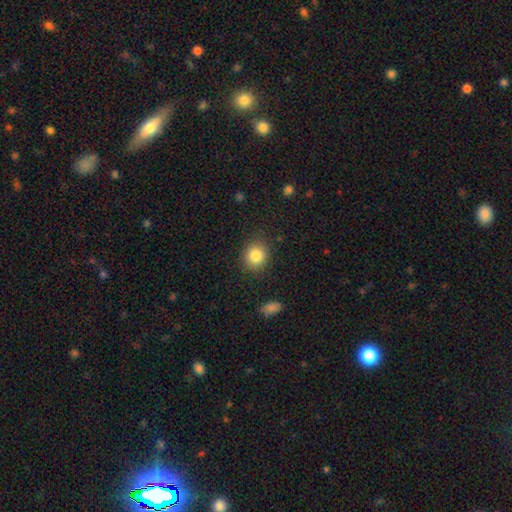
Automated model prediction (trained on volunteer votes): Smooth or featured: smooth — 85% (star or artifact — 10%)
How rounded: round — 79% (in between — 20%)
Merging: none — 86% (minor disturbance — 9%)